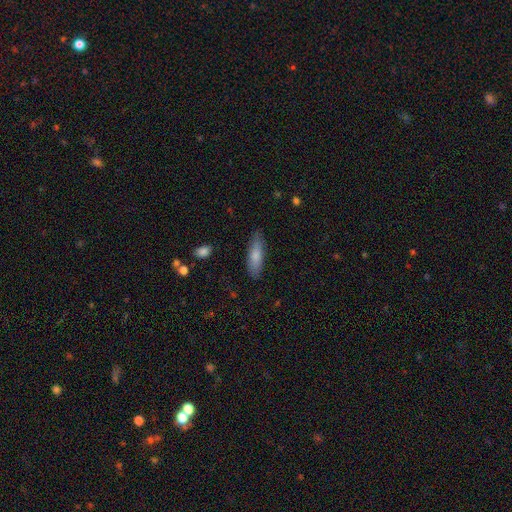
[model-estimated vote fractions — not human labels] The model was most divided on "how rounded": cigar-shaped: 54%, in between: 45%, round: 2%. More confident: merging — none (80%); smooth or featured — smooth (78%).